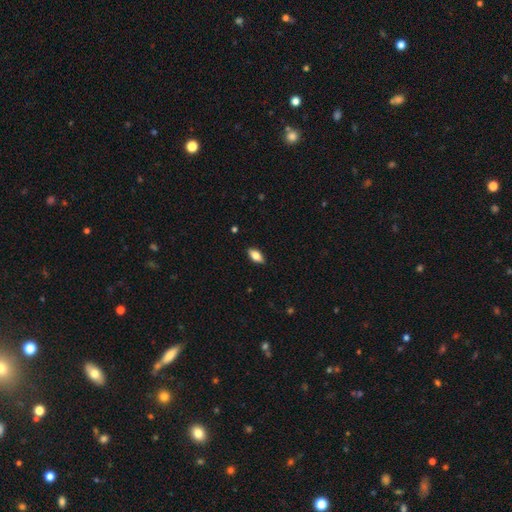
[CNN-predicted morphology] This is likely a smooth galaxy (76%). How rounded: clearly in between (87%). Merging: clearly none (88%).